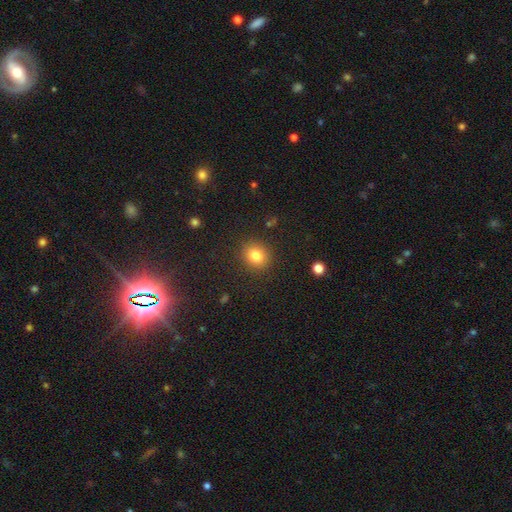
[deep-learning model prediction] The model was most divided on "how rounded": round: 71%, in between: 28%, cigar-shaped: 1%. More confident: merging — none (88%); smooth or featured — smooth (82%).